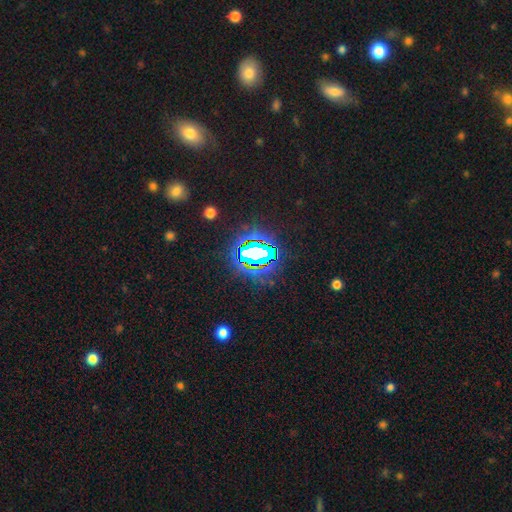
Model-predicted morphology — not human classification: The model was most divided on "smooth or featured": star or artifact: 72%, smooth: 15%, featured or disk: 12%.